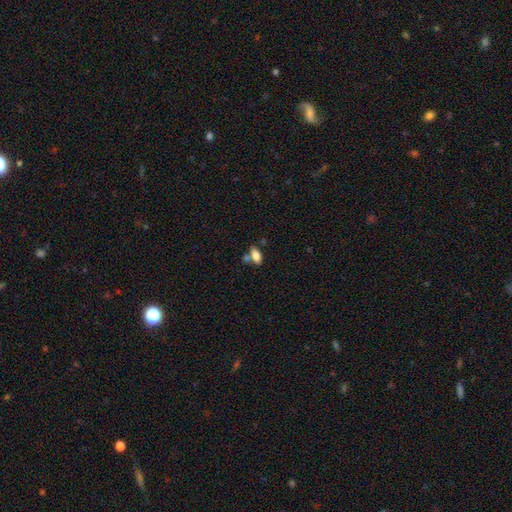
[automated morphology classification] type=smooth (79%); roundness=in between (87%); merging=none (56%).